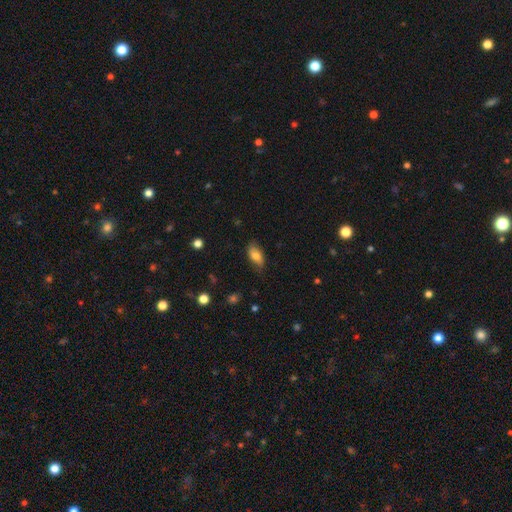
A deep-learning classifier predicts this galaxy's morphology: type=smooth (76%); roundness=in between (89%); merging=none (75%).